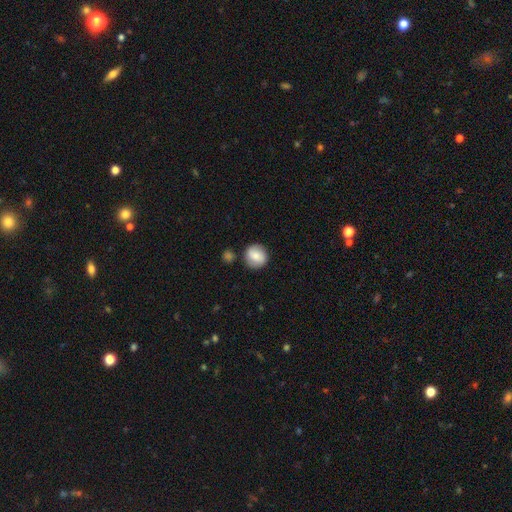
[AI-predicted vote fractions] Smooth or featured: smooth — 80% (featured or disk — 13%)
How rounded: round — 90% (in between — 9%)
Merging: none — 81% (minor disturbance — 10%)